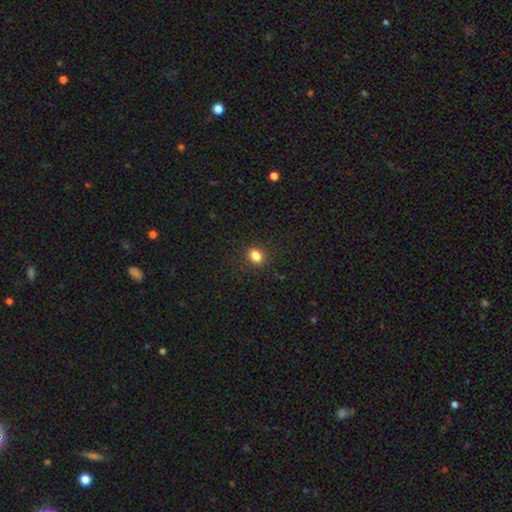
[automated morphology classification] smooth_or_featured: smooth (p=0.83) [alt: star or artifact p=0.12]
how_rounded: in between (p=0.57) [alt: round p=0.42]
merging: none (p=0.88) [alt: minor disturbance p=0.08]